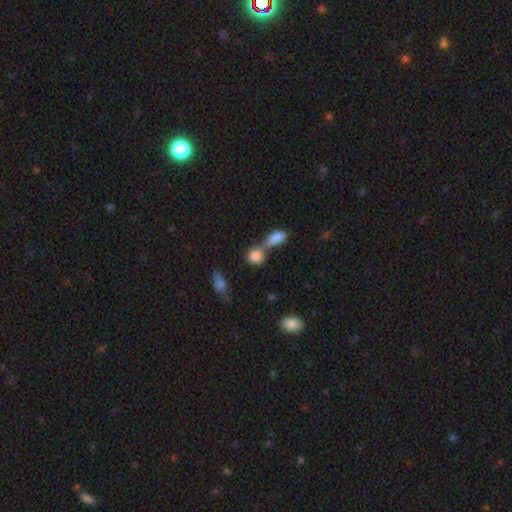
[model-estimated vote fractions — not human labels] Smooth or featured? smooth (83%)
How rounded? round (56%)
Merging? merger (60%)